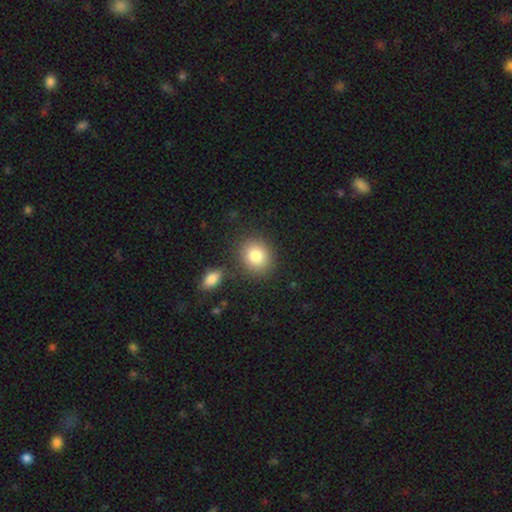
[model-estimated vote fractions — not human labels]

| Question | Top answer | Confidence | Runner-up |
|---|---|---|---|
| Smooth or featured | smooth | 83% | star or artifact (9%) |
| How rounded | round | 69% | in between (30%) |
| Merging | none | 80% | minor disturbance (9%) |